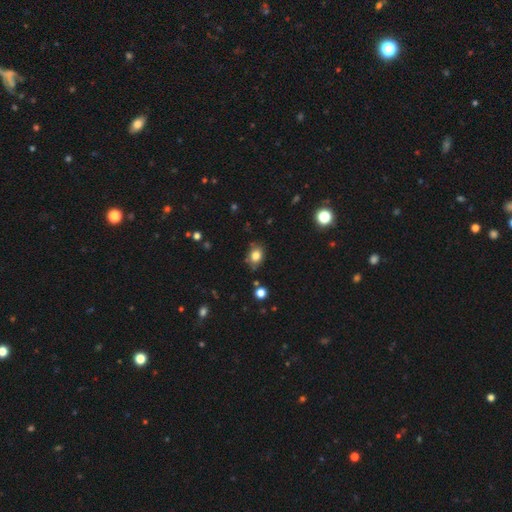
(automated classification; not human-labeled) Morphology: type=smooth (81%); roundness=in between (55%); merging=none (75%).